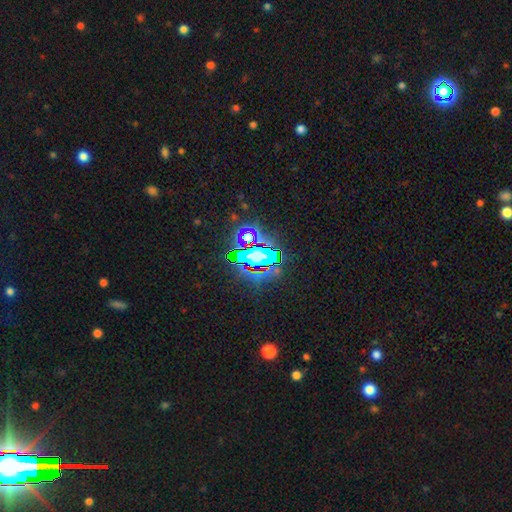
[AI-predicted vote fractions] This is likely a star or artifact rather than a galaxy (63%).